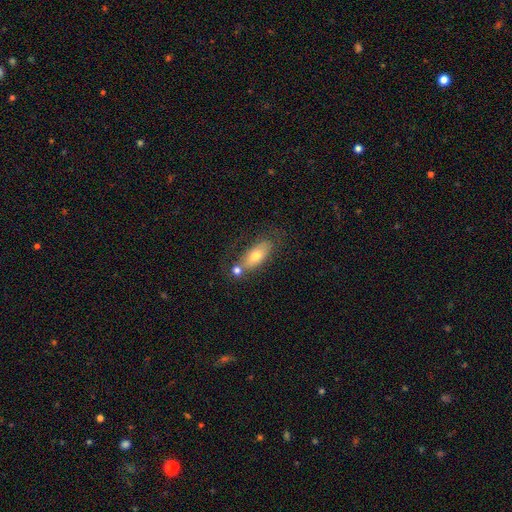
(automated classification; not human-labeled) Overall: smooth (66%; featured or disk 27%). How rounded: in between (82%). Merging: none (50%; merger 23%).